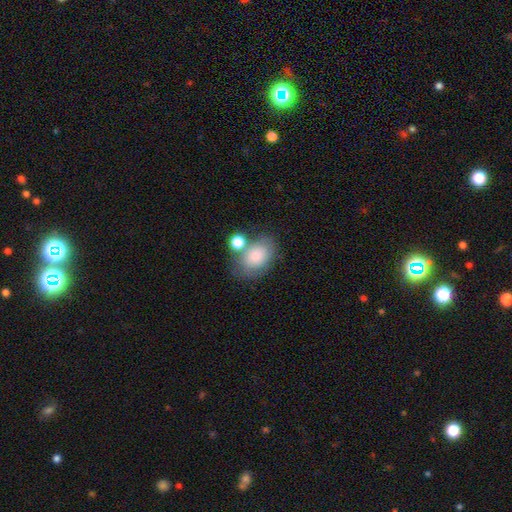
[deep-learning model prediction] This is likely a smooth galaxy (78%). How rounded: likely in between (79%). Merging: possibly none (52%).